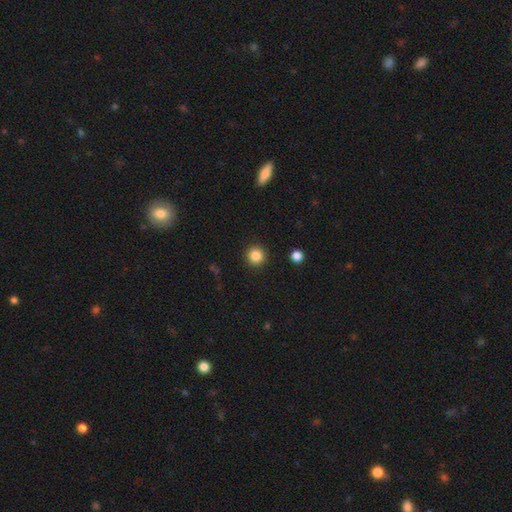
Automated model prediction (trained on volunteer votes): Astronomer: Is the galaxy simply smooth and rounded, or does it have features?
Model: smooth — 85%.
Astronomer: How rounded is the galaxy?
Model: round — 95%.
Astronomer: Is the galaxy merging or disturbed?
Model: none — 92%.